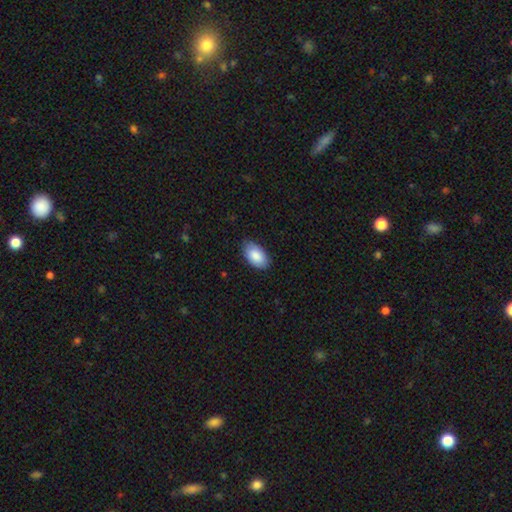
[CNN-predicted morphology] A smooth galaxy with no disk features (87%) that is in between round and cigar-shaped (95%). Merging: none (80%).